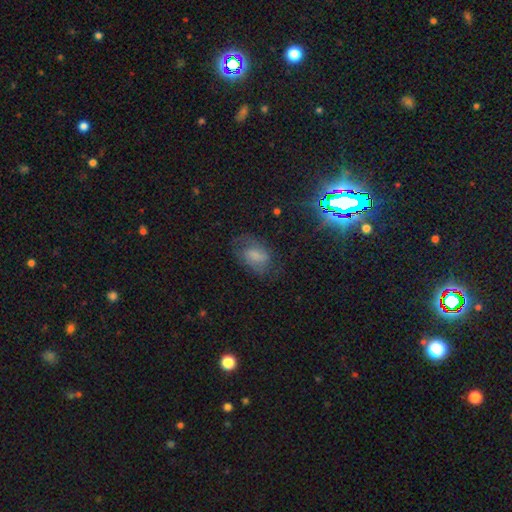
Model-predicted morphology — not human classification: smooth-or-featured: smooth: 50% | featured or disk: 35% | star or artifact: 15%
  how-rounded: in between: 86% | round: 13% | cigar-shaped: 2%
  merging: none: 57% | minor disturbance: 24% | major disturbance: 17% | merger: 2%